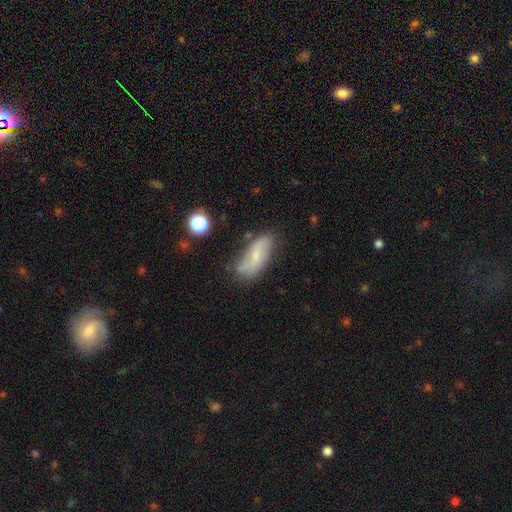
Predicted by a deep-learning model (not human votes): This is possibly a featured or disk galaxy (51%). It is clearly not viewed edge-on (88%). Merging: likely none (69%).